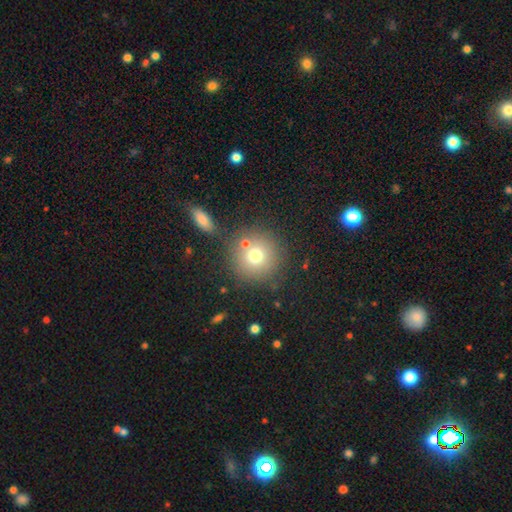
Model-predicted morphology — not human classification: This appears to be a smooth galaxy with no disk features (72%) that is round (93%). Merging: none (72%).